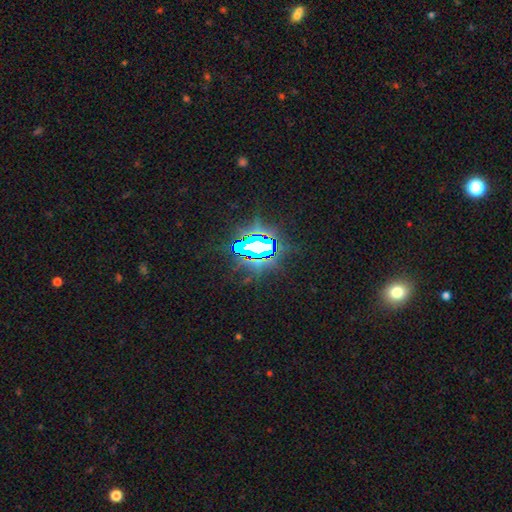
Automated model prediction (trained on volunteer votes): star or artifact 82%, smooth 10%, featured or disk 8%.